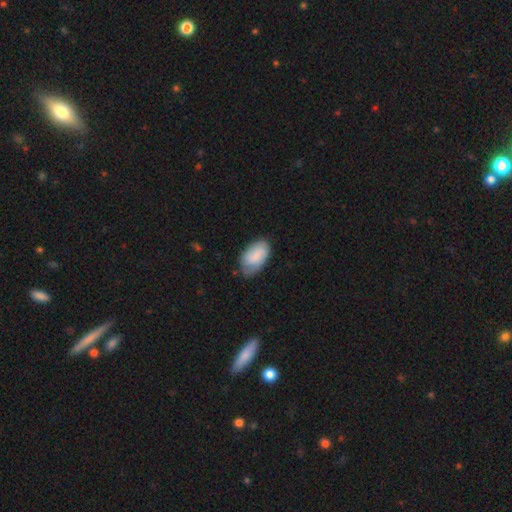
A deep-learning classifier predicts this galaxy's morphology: Smooth or featured? smooth (76%)
How rounded? in between (94%)
Merging? none (60%)